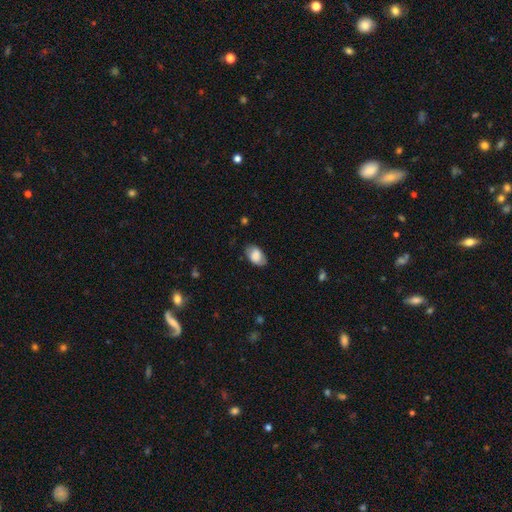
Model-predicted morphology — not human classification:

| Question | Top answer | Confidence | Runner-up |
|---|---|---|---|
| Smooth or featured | smooth | 76% | featured or disk (17%) |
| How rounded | in between | 90% | round (9%) |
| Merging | none | 77% | minor disturbance (18%) |